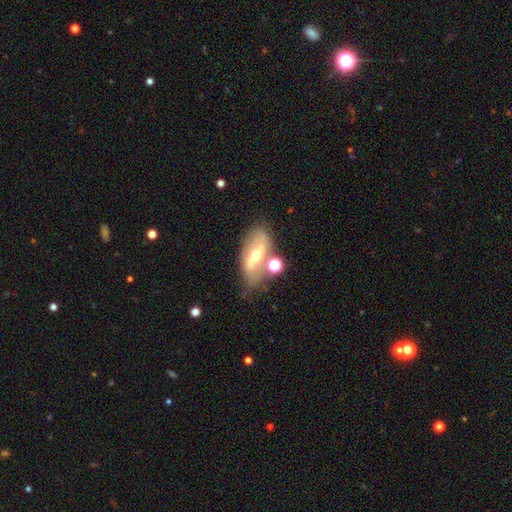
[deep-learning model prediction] Smooth or featured: featured or disk — 62% (smooth — 28%)
Edge-on disk: no — 81% (yes — 19%)
Bar: strong — 42% (no — 29%)
Spiral arms: no — 57% (yes — 43%)
Bulge size: moderate — 65% (small — 27%)
Merging: none — 61% (minor disturbance — 18%)